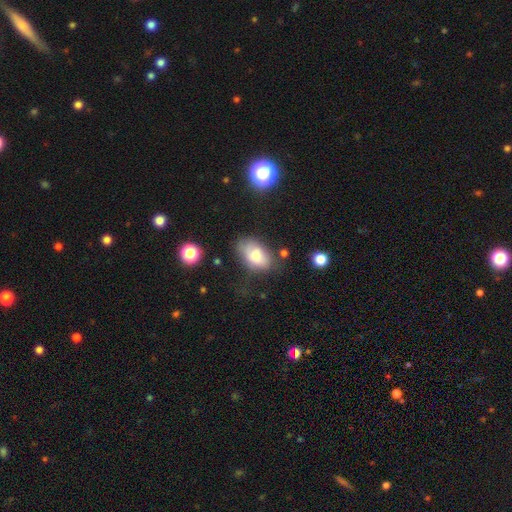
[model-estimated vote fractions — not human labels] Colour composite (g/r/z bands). It shows a smooth galaxy with no disk features (74%) that is in between round and cigar-shaped (89%). Merging: none (58%).